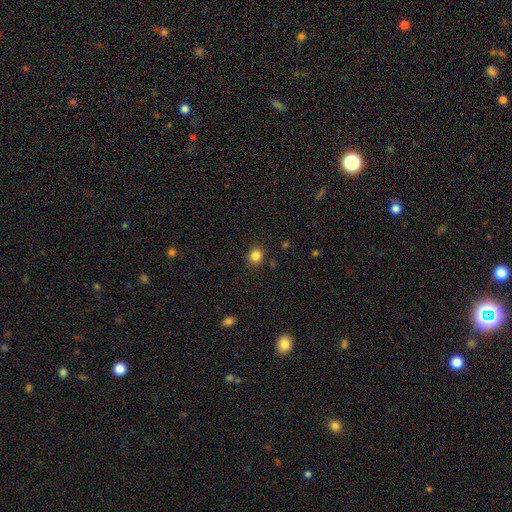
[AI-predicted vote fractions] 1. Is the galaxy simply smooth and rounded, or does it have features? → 84% smooth, 12% star or artifact, 4% featured or disk.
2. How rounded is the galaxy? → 79% round, 20% in between, 1% cigar-shaped.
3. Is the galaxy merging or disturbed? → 88% none, 8% minor disturbance, 2% major disturbance, 2% merger.